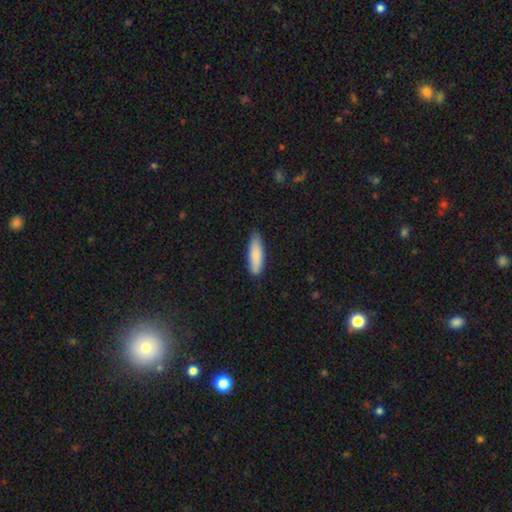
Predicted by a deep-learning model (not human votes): Smooth or featured?
  - smooth: 85% *
  - featured or disk: 9%
  - star or artifact: 6%
How rounded?
  - in between: 53% *
  - cigar-shaped: 45%
  - round: 2%
Merging?
  - none: 78% *
  - minor disturbance: 18%
  - major disturbance: 3%
  - merger: 1%